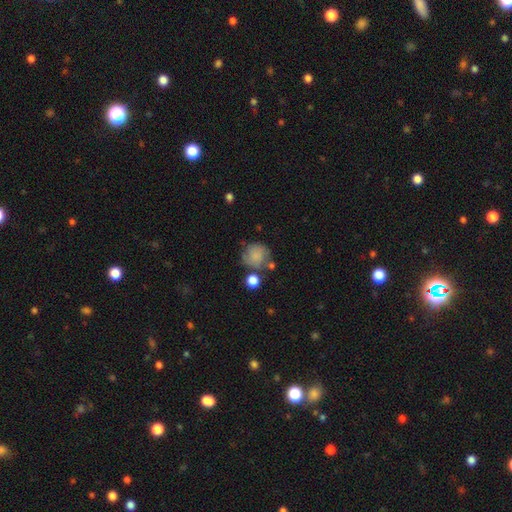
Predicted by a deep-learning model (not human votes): smooth 66%, featured or disk 24%, star or artifact 10%. Down the decision tree: how rounded — round (84%); merging — none (59%).